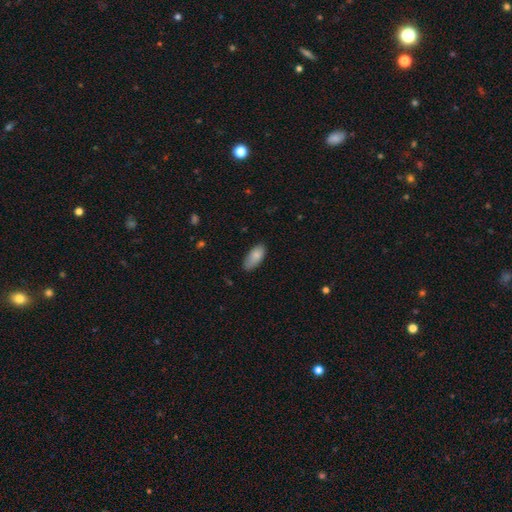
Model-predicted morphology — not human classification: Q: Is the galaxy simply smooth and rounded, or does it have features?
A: smooth — 85%.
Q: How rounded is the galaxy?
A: in between — 88%.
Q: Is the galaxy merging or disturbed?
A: none — 71%.